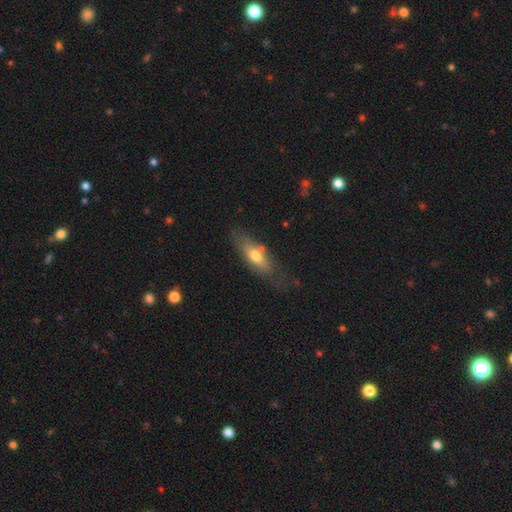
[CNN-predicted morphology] Smooth or featured: smooth — 59% (featured or disk — 35%)
How rounded: in between — 68% (cigar-shaped — 29%)
Merging: none — 63% (minor disturbance — 22%)